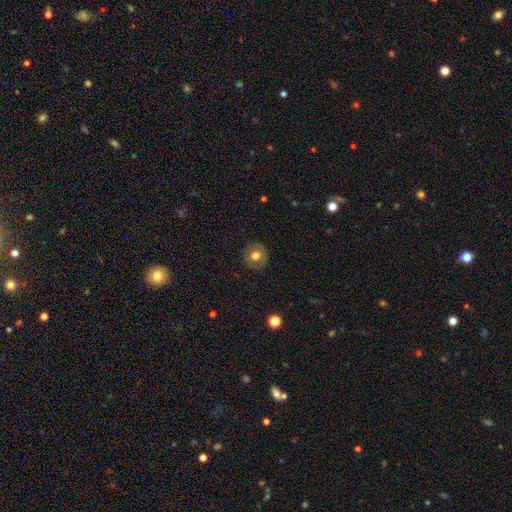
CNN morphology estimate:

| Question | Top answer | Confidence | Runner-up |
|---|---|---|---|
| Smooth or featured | smooth | 64% | featured or disk (27%) |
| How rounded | round | 86% | in between (13%) |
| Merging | none | 85% | minor disturbance (11%) |